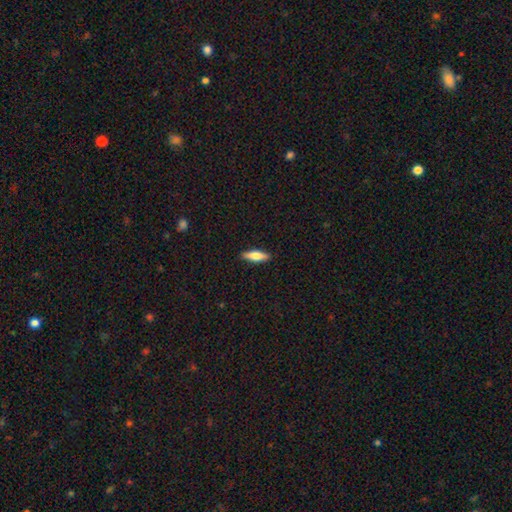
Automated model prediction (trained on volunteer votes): Overall: smooth (69%). How rounded: cigar-shaped (51%; in between 46%). Merging: none (89%).